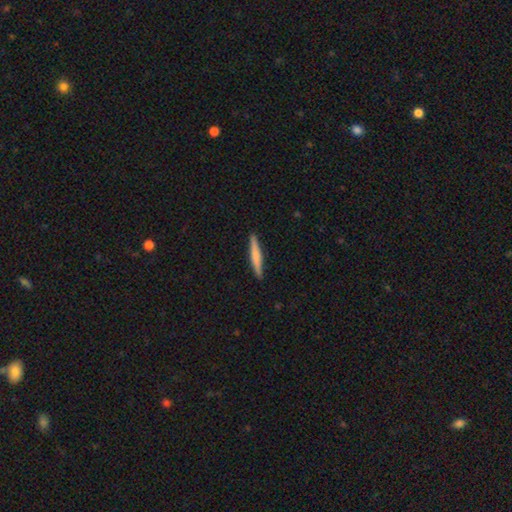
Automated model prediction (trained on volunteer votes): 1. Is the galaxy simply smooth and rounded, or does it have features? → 61% smooth, 34% featured or disk, 5% star or artifact.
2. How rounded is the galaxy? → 94% cigar-shaped, 5% in between, 1% round.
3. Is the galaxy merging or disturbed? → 91% none, 7% minor disturbance, 1% major disturbance, 1% merger.